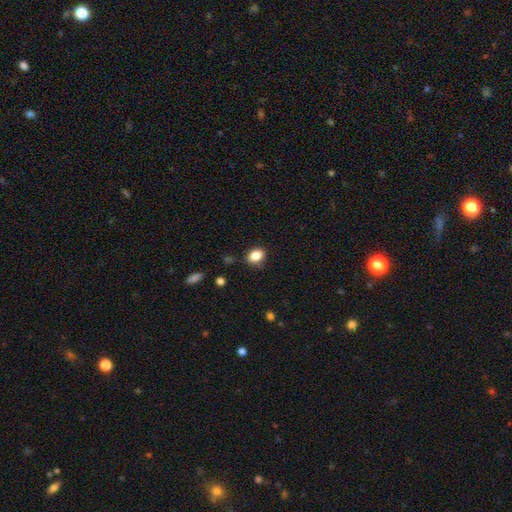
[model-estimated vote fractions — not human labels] Smooth or featured? smooth (86%)
How rounded? in between (67%)
Merging? none (83%)